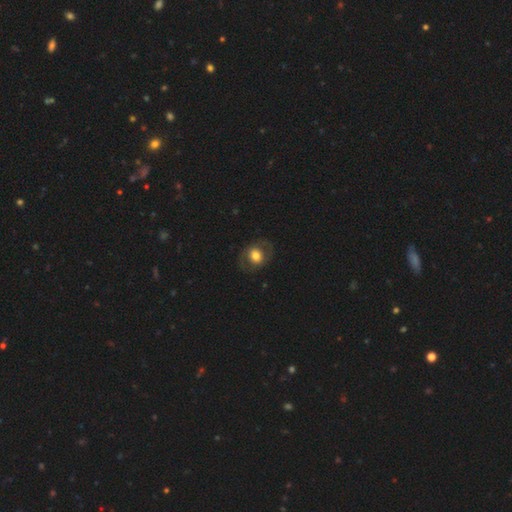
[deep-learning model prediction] Smooth or featured: smooth — 59% (featured or disk — 33%)
How rounded: round — 63% (in between — 36%)
Merging: none — 77% (minor disturbance — 13%)